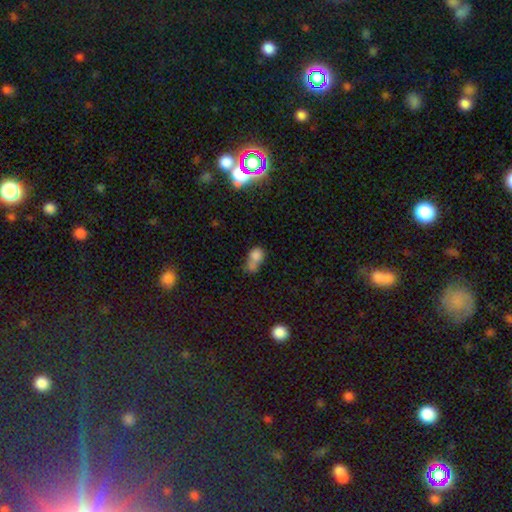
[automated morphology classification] This appears to be a smooth galaxy with no disk features (74%) that is in between round and cigar-shaped (55%). Merging: merger (54%).